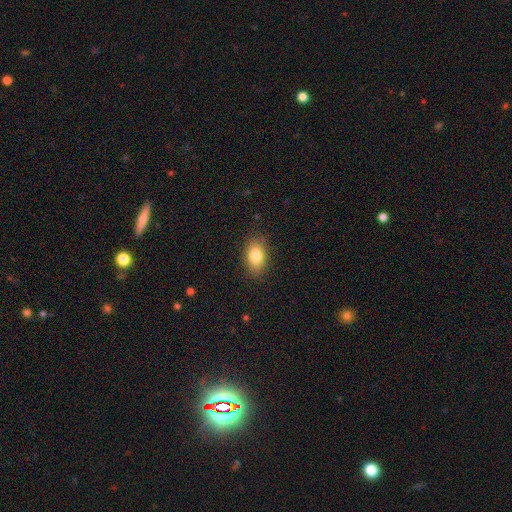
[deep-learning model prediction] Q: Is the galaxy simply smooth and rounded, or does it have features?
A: smooth — 82%.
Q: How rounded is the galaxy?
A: in between — 87%.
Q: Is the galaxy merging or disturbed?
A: none — 85%.